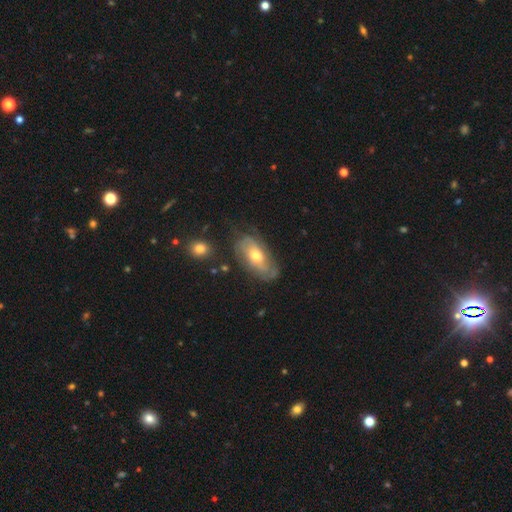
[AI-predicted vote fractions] Q: Smooth or featured?
A: featured or disk (61%); runner-up: smooth (32%)
Q: Edge-on disk?
A: no (89%); runner-up: yes (11%)
Q: Bar?
A: no (69%); runner-up: weak (25%)
Q: Spiral arms?
A: yes (76%); runner-up: no (24%)
Q: Bulge size?
A: moderate (67%); runner-up: small (25%)
Q: Merging?
A: none (63%); runner-up: minor disturbance (24%)